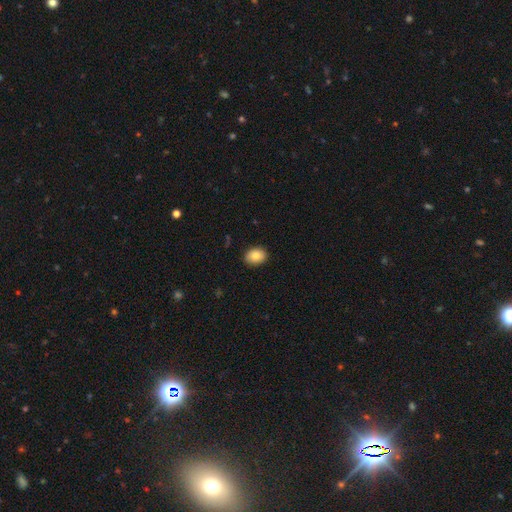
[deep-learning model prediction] This appears to be a smooth galaxy with no disk features (86%) that is in between round and cigar-shaped (75%). Merging: none (88%).